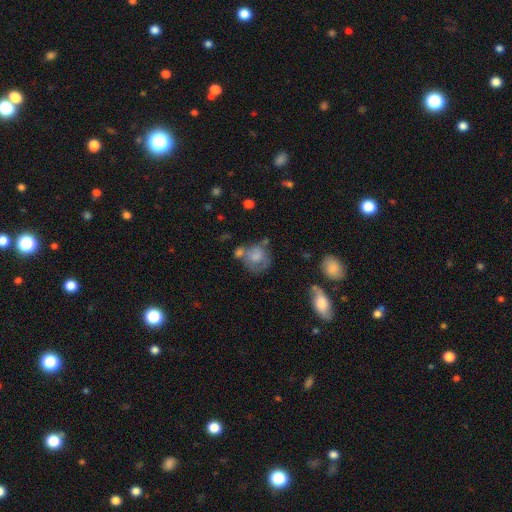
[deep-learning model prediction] This is possibly a smooth galaxy (60%). How rounded: likely round (74%). Merging: marginally none (38%).